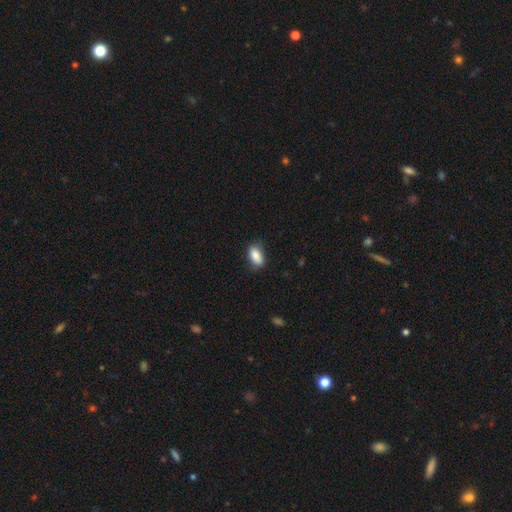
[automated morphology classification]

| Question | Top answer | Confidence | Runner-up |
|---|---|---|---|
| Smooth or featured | smooth | 87% | star or artifact (7%) |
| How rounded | in between | 89% | round (6%) |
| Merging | none | 72% | minor disturbance (22%) |